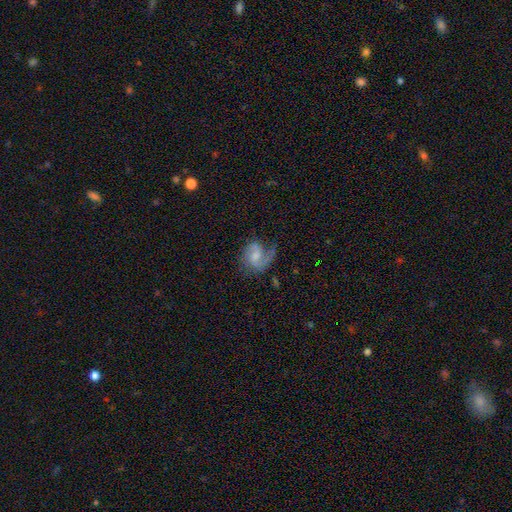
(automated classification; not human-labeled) Smooth or featured? Predicted: featured or disk (p=0.78). Edge-on disk? Predicted: no (p=0.98). Bar? Predicted: no (p=0.50). Spiral arms? Predicted: yes (p=0.94). Spiral winding? Predicted: medium (p=0.45). Spiral arm count? Predicted: 2 (p=0.46, tied with 1). Bulge size? Predicted: small (p=0.44). Merging? Predicted: none (p=0.55).